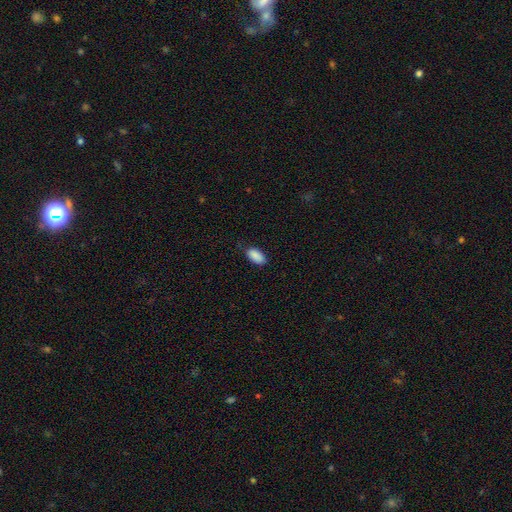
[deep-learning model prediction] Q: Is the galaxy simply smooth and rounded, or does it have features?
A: smooth — 90%.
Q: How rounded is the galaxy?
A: in between — 94%.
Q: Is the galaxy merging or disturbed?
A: none — 78%.